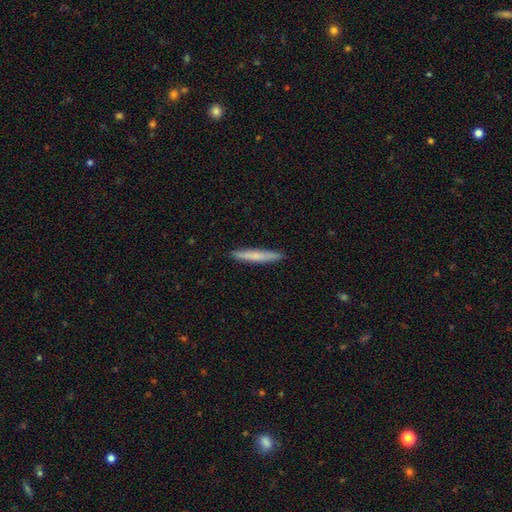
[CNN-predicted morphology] This is likely a smooth galaxy (70%). How rounded: clearly cigar-shaped (96%). Merging: clearly none (91%).